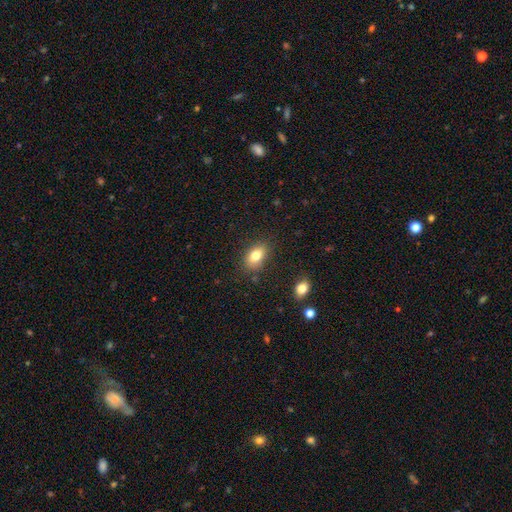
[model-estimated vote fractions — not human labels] This appears to be a smooth galaxy with no disk features (81%) that is in between round and cigar-shaped (87%). Merging: none (81%).